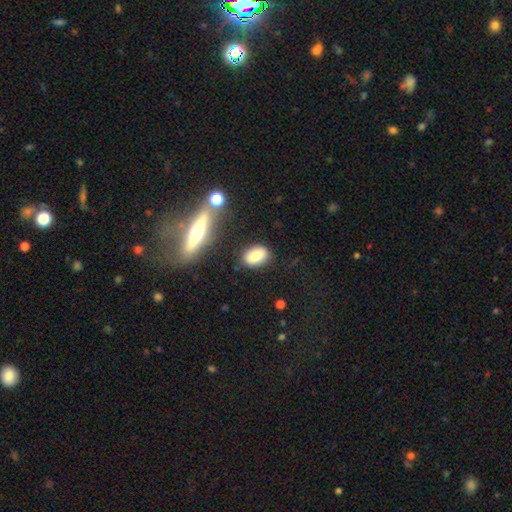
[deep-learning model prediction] A smooth galaxy with no disk features (80%) that is in between round and cigar-shaped (81%).

Vote fractions:
- Smooth or featured? smooth: 80% / featured or disk: 12% / star or artifact: 8%
- How rounded? in between: 81% / round: 16% / cigar-shaped: 3%
- Merging? none: 83% / minor disturbance: 11% / merger: 3% / major disturbance: 3%